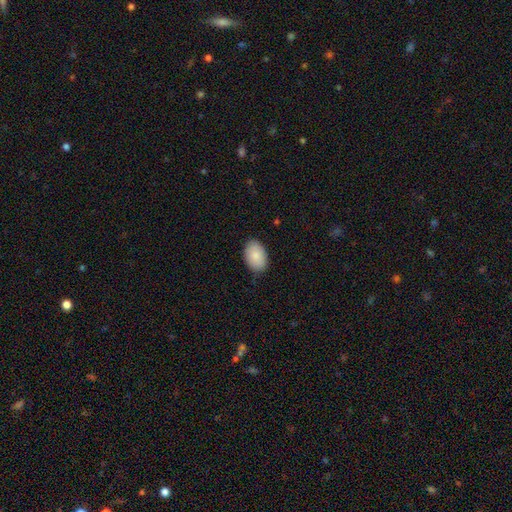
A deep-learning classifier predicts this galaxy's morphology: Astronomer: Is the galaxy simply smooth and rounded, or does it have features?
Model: smooth — 86%.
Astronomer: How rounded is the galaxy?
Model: in between — 90%.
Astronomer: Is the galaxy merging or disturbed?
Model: none — 84%.